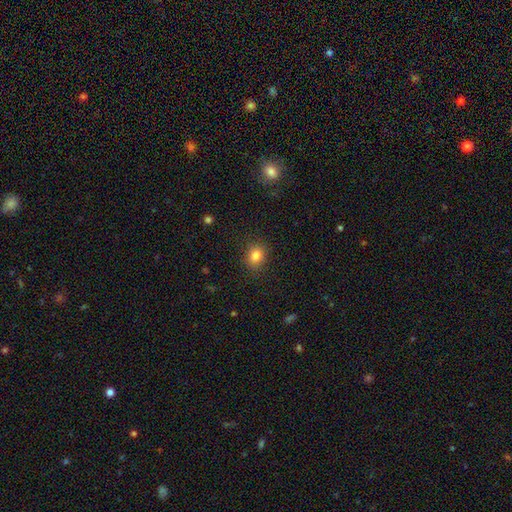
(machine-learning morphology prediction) This is clearly a smooth galaxy (82%). How rounded: possibly round (50%). Merging: clearly none (87%).